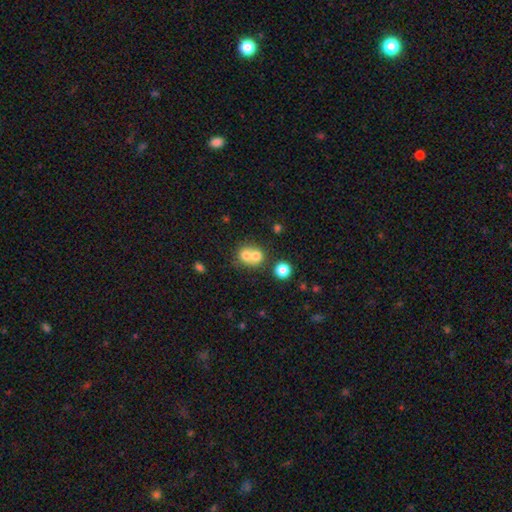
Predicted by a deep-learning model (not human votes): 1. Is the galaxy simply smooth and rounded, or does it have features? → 69% smooth, 19% featured or disk, 12% star or artifact.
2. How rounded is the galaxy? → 76% round, 23% in between, 1% cigar-shaped.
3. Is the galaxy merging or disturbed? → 63% merger, 29% none, 5% minor disturbance, 3% major disturbance.